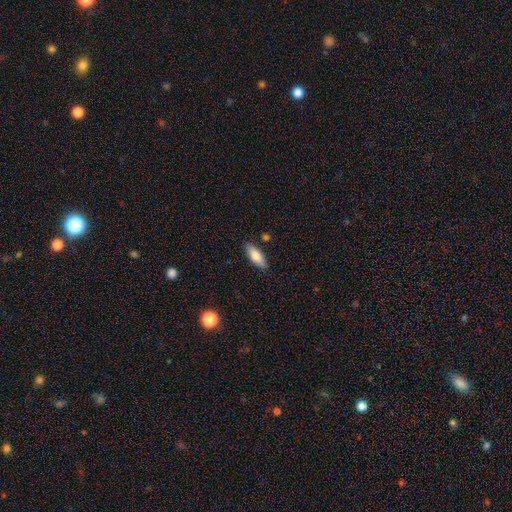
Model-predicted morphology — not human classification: A smooth galaxy with no disk features (77%) that is in between round and cigar-shaped (69%).

Vote fractions:
- Smooth or featured? smooth: 77% / featured or disk: 17% / star or artifact: 6%
- How rounded? in between: 69% / cigar-shaped: 28% / round: 2%
- Merging? none: 85% / minor disturbance: 10% / merger: 2% / major disturbance: 2%